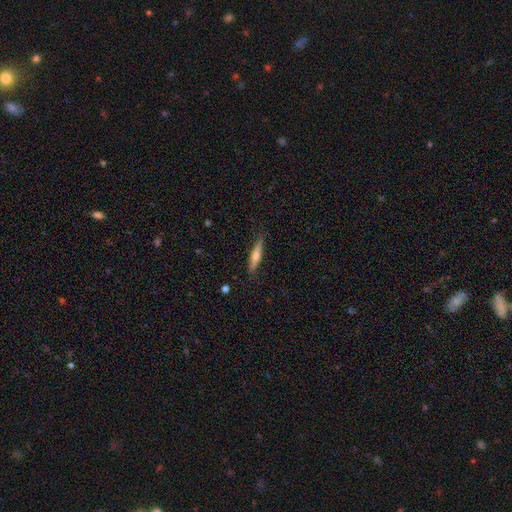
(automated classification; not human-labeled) A smooth galaxy with no disk features (56%) that is cigar-shaped (88%). Merging: none (86%).